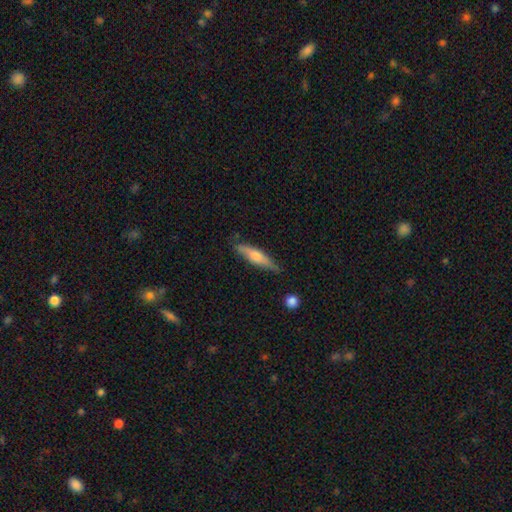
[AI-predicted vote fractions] The model was most divided on "smooth or featured": smooth: 51%, featured or disk: 43%, star or artifact: 6%. More confident: how rounded — cigar-shaped (81%); merging — none (80%).